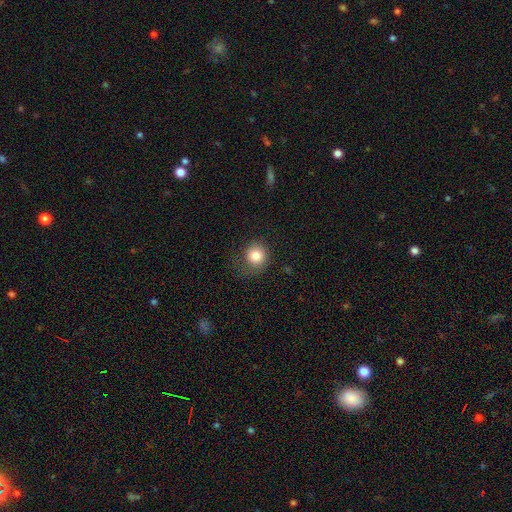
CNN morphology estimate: Smooth or featured: smooth — 82% (star or artifact — 9%)
How rounded: round — 85% (in between — 14%)
Merging: none — 60% (minor disturbance — 23%)